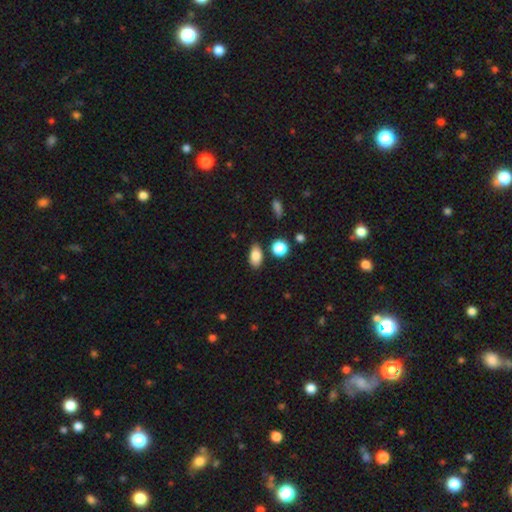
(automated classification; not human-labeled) smooth_or_featured: smooth (p=0.84) [alt: star or artifact p=0.09]
how_rounded: in between (p=0.88) [alt: round p=0.08]
merging: none (p=0.81) [alt: minor disturbance p=0.12]